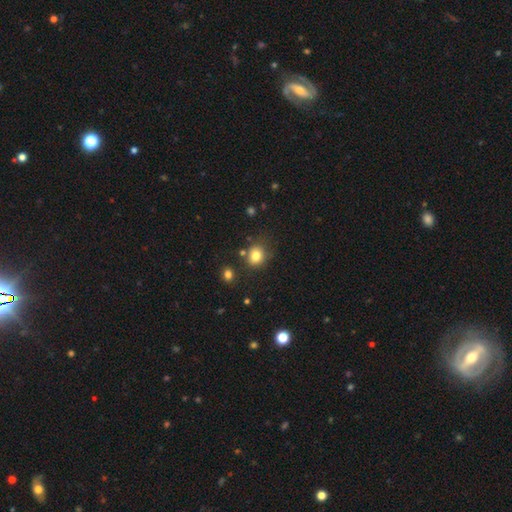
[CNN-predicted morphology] smooth 80%, star or artifact 12%, featured or disk 7%. Down the decision tree: how rounded — round (75%); merging — none (73%).